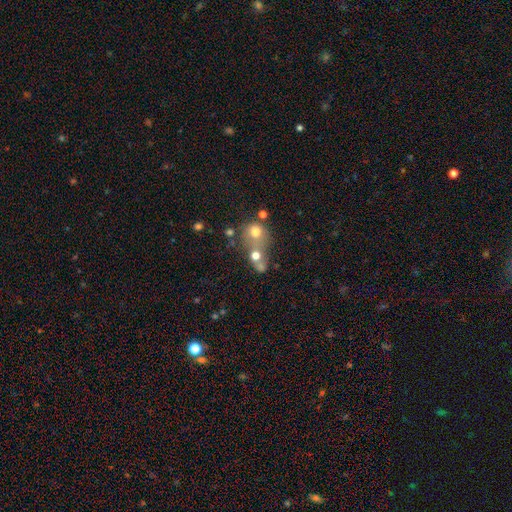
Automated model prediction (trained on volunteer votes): This appears to be a smooth galaxy with no disk features (65%) that is round (72%). Merging: merger (57%).